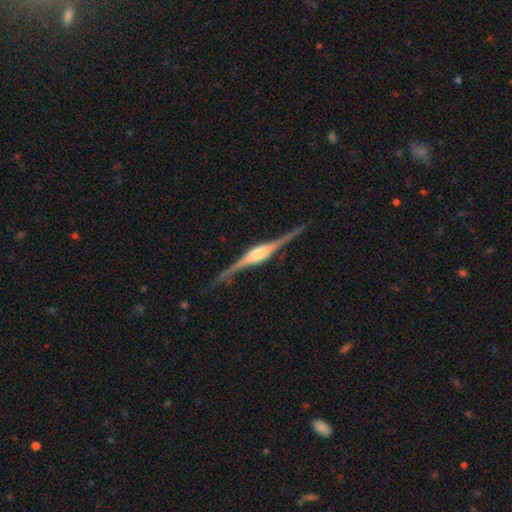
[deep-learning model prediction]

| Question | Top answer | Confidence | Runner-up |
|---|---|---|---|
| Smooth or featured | featured or disk | 90% | smooth (6%) |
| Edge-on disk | yes | 98% | no (2%) |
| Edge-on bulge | rounded | 79% | boxy (18%) |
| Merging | none | 86% | minor disturbance (10%) |